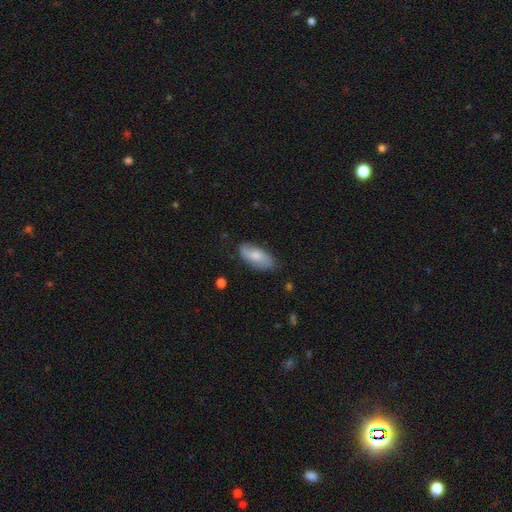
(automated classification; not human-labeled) smooth 63%, featured or disk 31%, star or artifact 6%. Down the decision tree: how rounded — in between (88%); merging — none (74%).